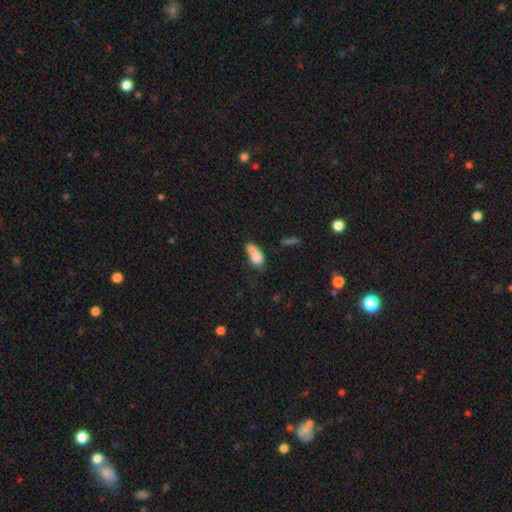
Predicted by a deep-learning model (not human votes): This is likely a smooth galaxy (75%). How rounded: likely in between (79%). Merging: marginally none (30%).